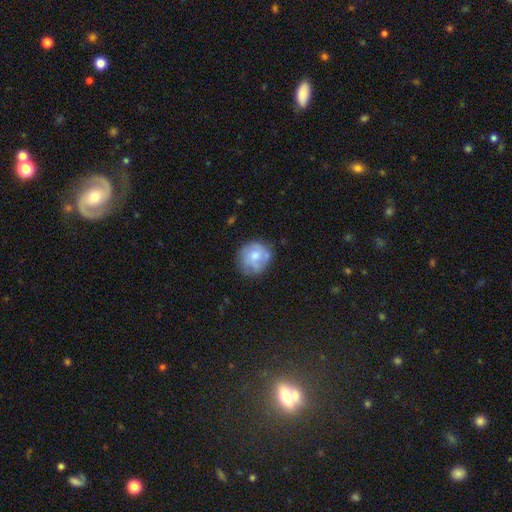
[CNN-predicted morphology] smooth-or-featured: smooth: 57% | featured or disk: 35% | star or artifact: 8%
  how-rounded: round: 85% | in between: 14% | cigar-shaped: 1%
  merging: none: 67% | minor disturbance: 22% | major disturbance: 8% | merger: 3%